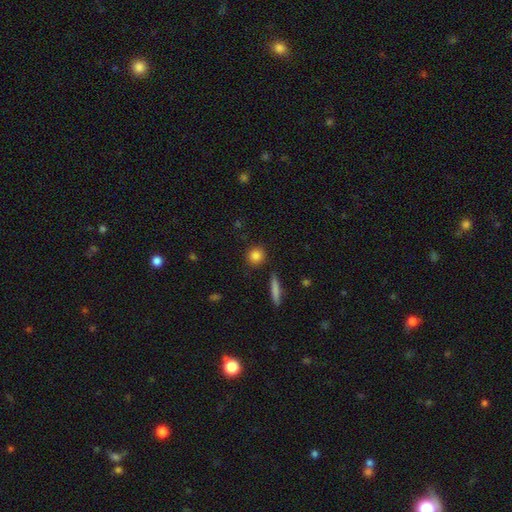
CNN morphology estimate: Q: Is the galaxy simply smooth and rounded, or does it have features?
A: smooth — 84%.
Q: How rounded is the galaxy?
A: round — 86%.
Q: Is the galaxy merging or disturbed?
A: none — 87%.